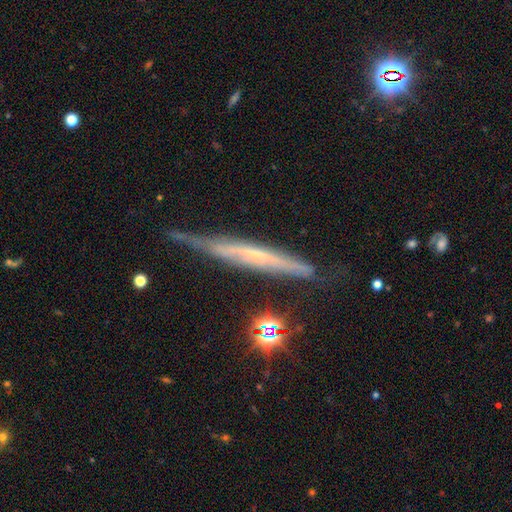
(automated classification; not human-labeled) Smooth or featured? featured or disk (69%)
Edge-on disk? yes (91%)
Edge-on bulge? none (73%)
Merging? none (67%)